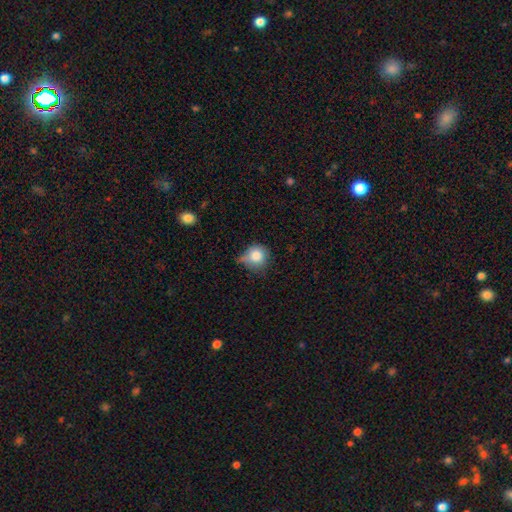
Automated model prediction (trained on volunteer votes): Smooth or featured?
  - smooth: 81% *
  - star or artifact: 10%
  - featured or disk: 9%
How rounded?
  - round: 86% *
  - in between: 13%
  - cigar-shaped: 1%
Merging?
  - none: 44% *
  - minor disturbance: 38%
  - major disturbance: 11%
  - merger: 7%